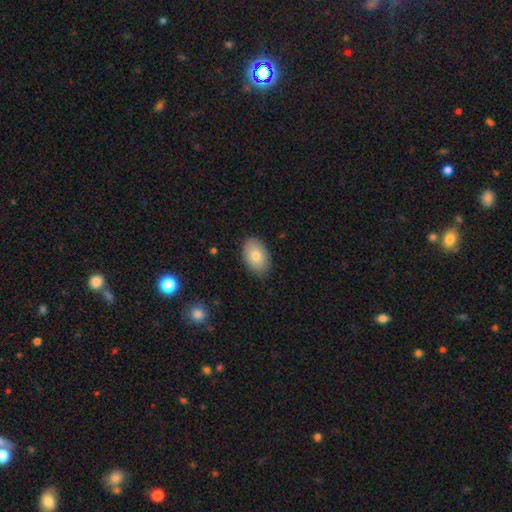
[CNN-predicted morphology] Overall: smooth (79%). How rounded: in between (89%). Merging: none (85%).